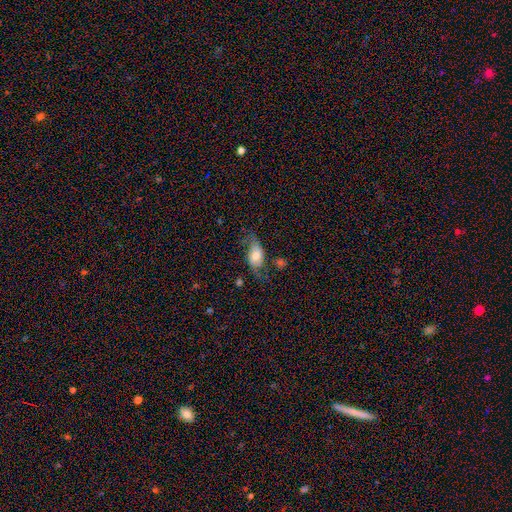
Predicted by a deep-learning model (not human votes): Morphology: type=smooth (47%); merging=none (50%).